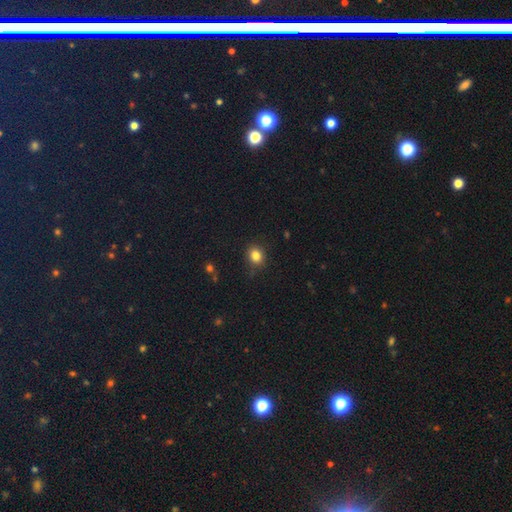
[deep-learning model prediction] Smooth or featured? smooth (83%)
How rounded? round (67%)
Merging? none (83%)